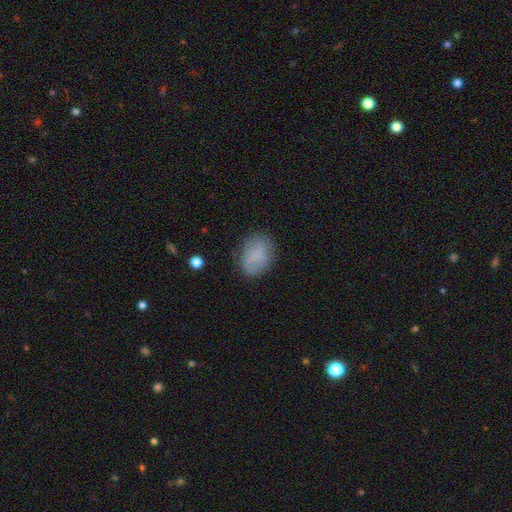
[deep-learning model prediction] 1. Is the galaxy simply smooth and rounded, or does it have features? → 78% smooth, 14% featured or disk, 8% star or artifact.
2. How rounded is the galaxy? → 73% in between, 25% round, 1% cigar-shaped.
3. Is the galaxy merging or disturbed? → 76% none, 17% minor disturbance, 5% major disturbance, 2% merger.